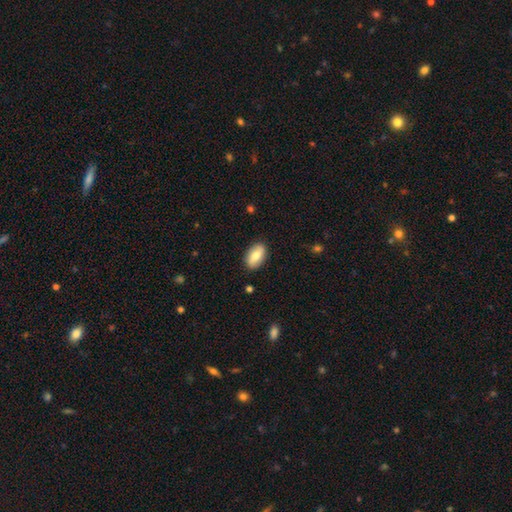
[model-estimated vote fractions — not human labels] Q: Smooth or featured?
A: smooth (70%); runner-up: featured or disk (24%)
Q: How rounded?
A: in between (92%); runner-up: round (5%)
Q: Merging?
A: none (87%); runner-up: minor disturbance (10%)